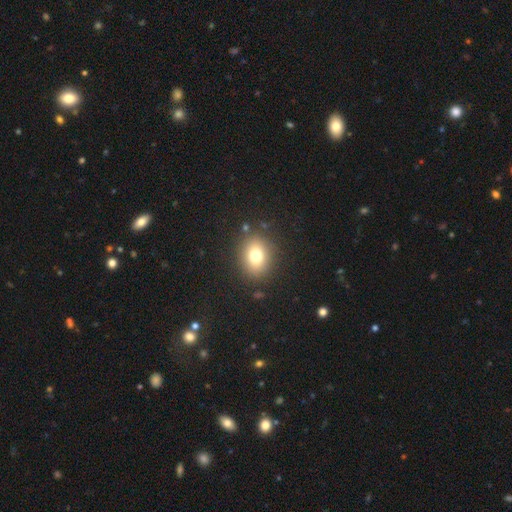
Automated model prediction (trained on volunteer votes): A smooth galaxy with no disk features (77%) that is round (51%). Merging: none (86%).